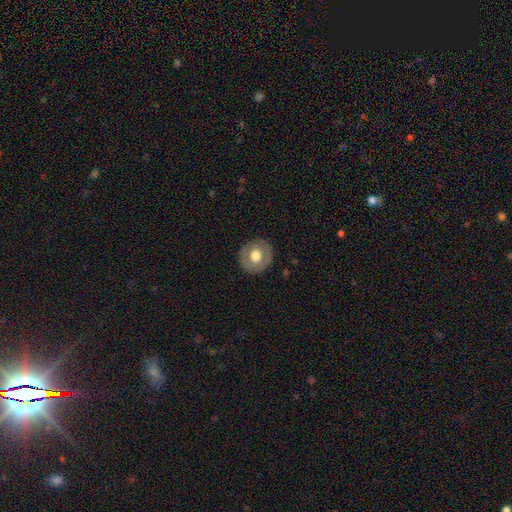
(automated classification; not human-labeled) Smooth or featured? smooth (62%)
How rounded? round (87%)
Merging? none (88%)